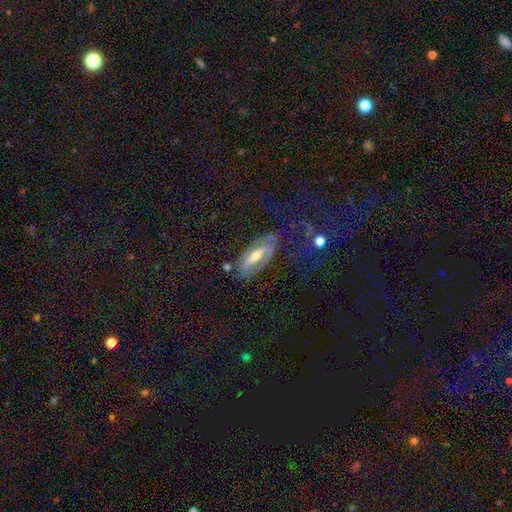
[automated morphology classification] Smooth or featured: featured or disk — 64% (smooth — 24%)
Edge-on disk: no — 74% (yes — 26%)
Merging: none — 64% (minor disturbance — 20%)